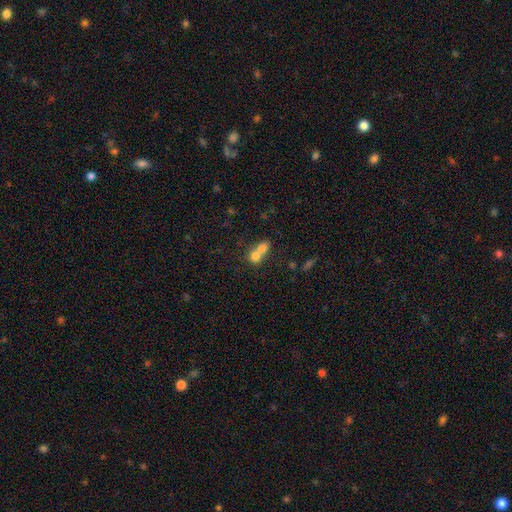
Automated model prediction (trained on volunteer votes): smooth 72%, featured or disk 18%, star or artifact 11%. Down the decision tree: how rounded — round (60%); merging — merger (73%).